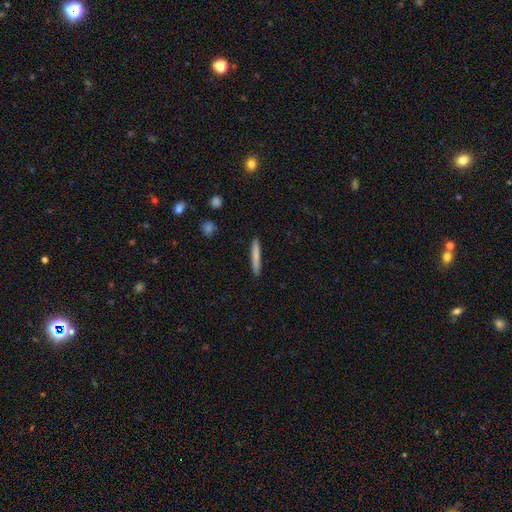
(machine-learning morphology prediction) smooth-or-featured: smooth: 78% | featured or disk: 16% | star or artifact: 6%
  how-rounded: cigar-shaped: 96% | in between: 3% | round: 1%
  merging: none: 91% | minor disturbance: 7% | major disturbance: 1% | merger: 1%